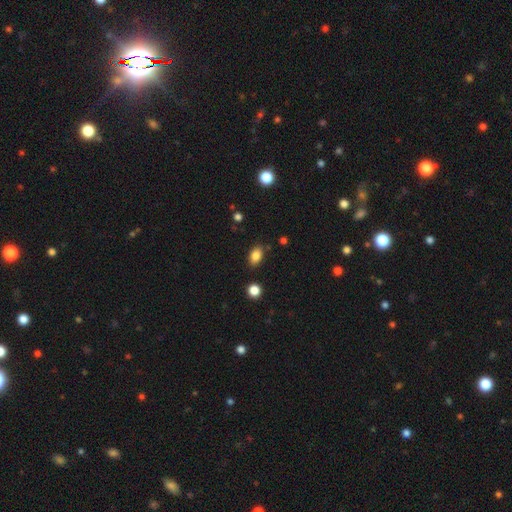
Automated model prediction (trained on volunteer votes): A smooth galaxy with no disk features (85%) that is in between round and cigar-shaped (86%). Merging: none (83%).